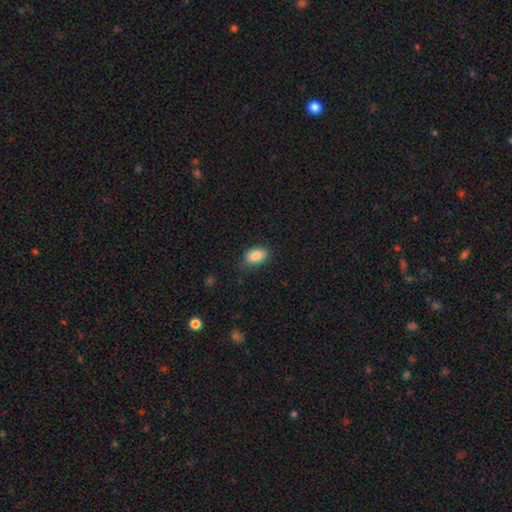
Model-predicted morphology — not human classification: type=smooth (87%); roundness=in between (88%); merging=none (74%).